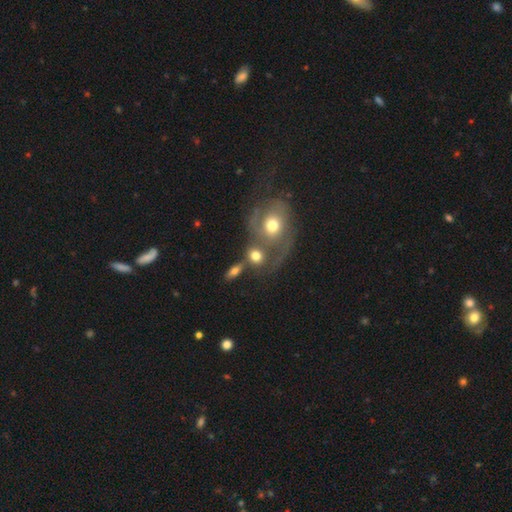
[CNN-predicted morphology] The model was most divided on "merging": merger: 51%, none: 28%, minor disturbance: 11%, major disturbance: 11%. More confident: how rounded — round (63%); smooth or featured — smooth (62%).